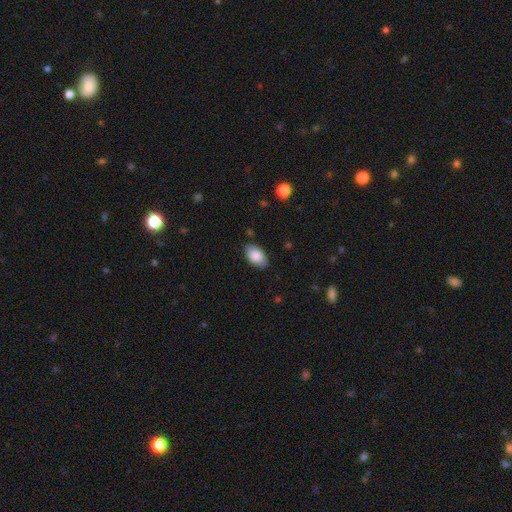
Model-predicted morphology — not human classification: smooth_or_featured: smooth (p=0.86) [alt: featured or disk p=0.07]
how_rounded: in between (p=0.93) [alt: round p=0.06]
merging: none (p=0.84) [alt: minor disturbance p=0.12]